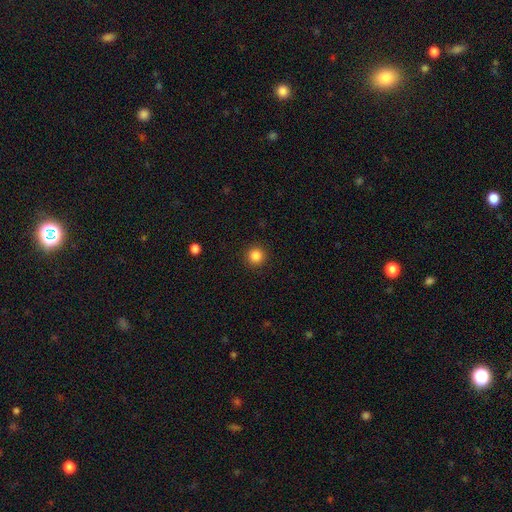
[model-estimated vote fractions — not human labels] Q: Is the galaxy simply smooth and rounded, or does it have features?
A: smooth — 85%.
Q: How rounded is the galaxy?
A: round — 95%.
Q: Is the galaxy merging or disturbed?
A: none — 92%.